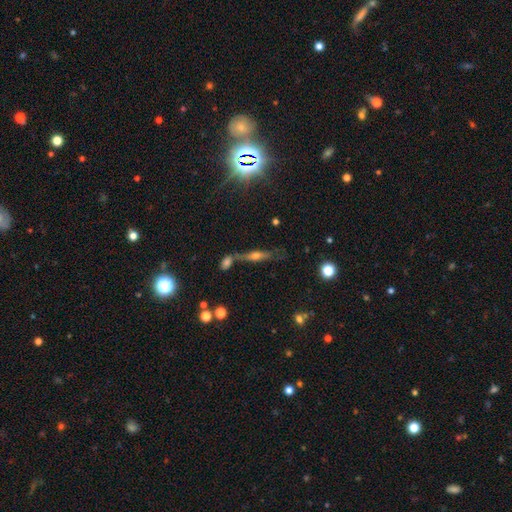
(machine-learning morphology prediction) Smooth or featured? Predicted: featured or disk (p=0.56). Edge-on disk? Predicted: yes (p=0.89). Edge-on bulge? Predicted: rounded (p=0.86). Merging? Predicted: none (p=0.61).